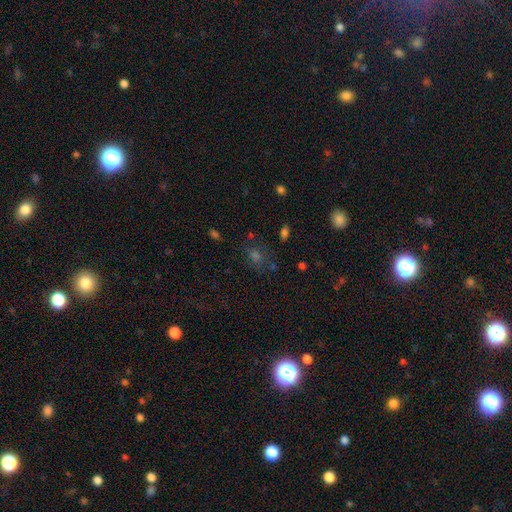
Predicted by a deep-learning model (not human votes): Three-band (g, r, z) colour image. It shows a smooth galaxy with no disk features (48%). Merging: none (71%).